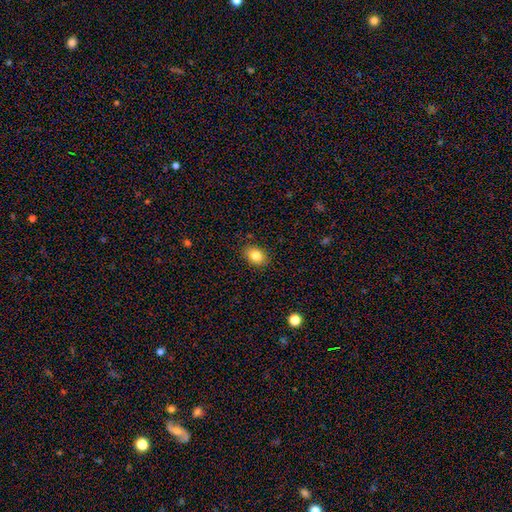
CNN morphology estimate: Q: Smooth or featured?
A: smooth (83%); runner-up: star or artifact (9%)
Q: How rounded?
A: in between (71%); runner-up: round (28%)
Q: Merging?
A: none (87%); runner-up: minor disturbance (9%)